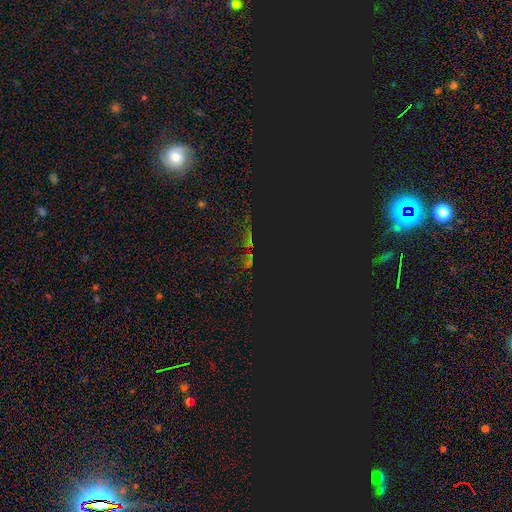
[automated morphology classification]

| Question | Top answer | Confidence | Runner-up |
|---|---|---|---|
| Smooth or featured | star or artifact | 82% | smooth (11%) |